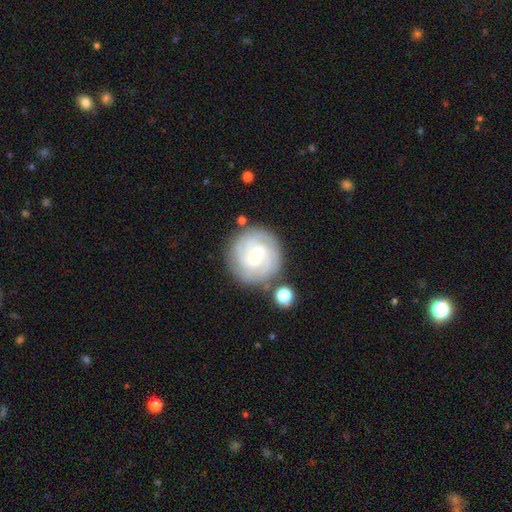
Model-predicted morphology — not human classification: Smooth or featured? Predicted: featured or disk (p=0.83). Edge-on disk? Predicted: no (p=0.98). Bar? Predicted: weak (p=0.52). Spiral arms? Predicted: yes (p=0.97). Spiral winding? Predicted: tight (p=0.74). Spiral arm count? Predicted: 3 (p=0.34). Bulge size? Predicted: small (p=0.49). Merging? Predicted: none (p=0.83).